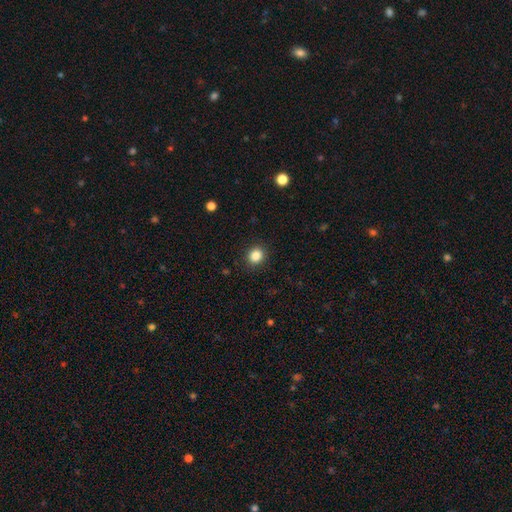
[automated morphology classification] smooth-or-featured: smooth: 86% | star or artifact: 10% | featured or disk: 4%
  how-rounded: round: 80% | in between: 19% | cigar-shaped: 1%
  merging: none: 90% | minor disturbance: 7% | major disturbance: 2% | merger: 1%